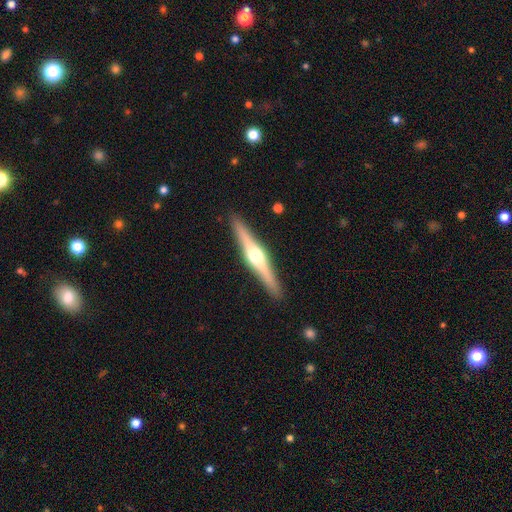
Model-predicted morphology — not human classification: A featured or disk galaxy (73%) viewed edge-on (98%) with a rounded central bulge (94%).

Vote fractions:
- Smooth or featured? featured or disk: 73% / smooth: 22% / star or artifact: 5%
- Edge-on disk? yes: 98% / no: 2%
- Edge-on bulge? rounded: 94% / boxy: 3% / none: 2%
- Merging? none: 91% / minor disturbance: 7% / major disturbance: 2% / merger: 1%